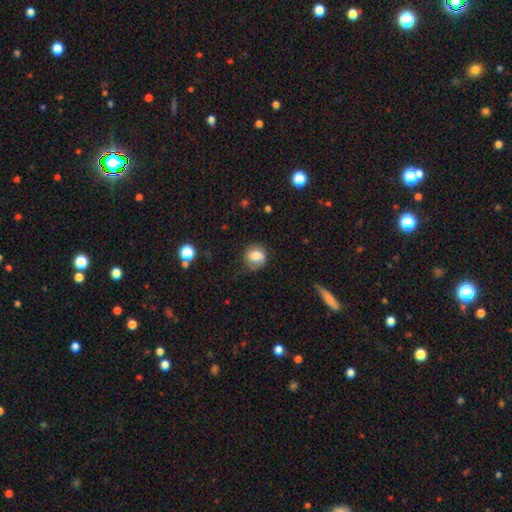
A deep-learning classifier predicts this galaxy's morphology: This is likely a smooth galaxy (71%). How rounded: likely round (77%). Merging: likely none (69%).